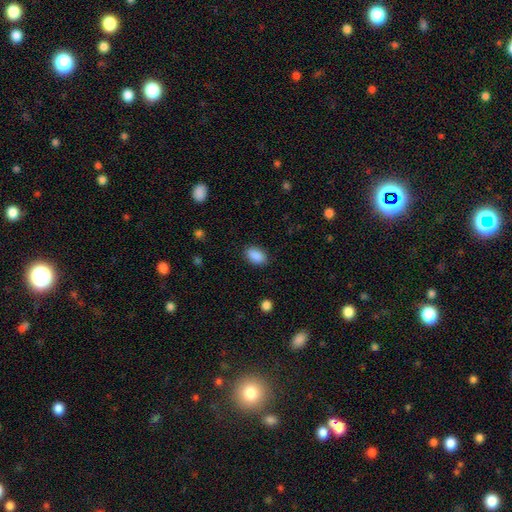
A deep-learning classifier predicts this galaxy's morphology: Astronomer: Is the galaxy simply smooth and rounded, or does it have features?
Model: smooth — 90%.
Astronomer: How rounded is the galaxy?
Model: in between — 91%.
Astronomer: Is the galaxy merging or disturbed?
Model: none — 87%.